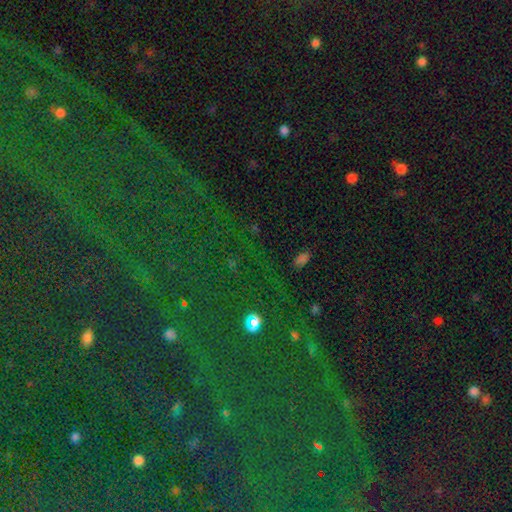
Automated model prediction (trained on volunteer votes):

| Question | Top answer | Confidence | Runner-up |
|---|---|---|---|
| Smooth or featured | star or artifact | 82% | smooth (10%) |